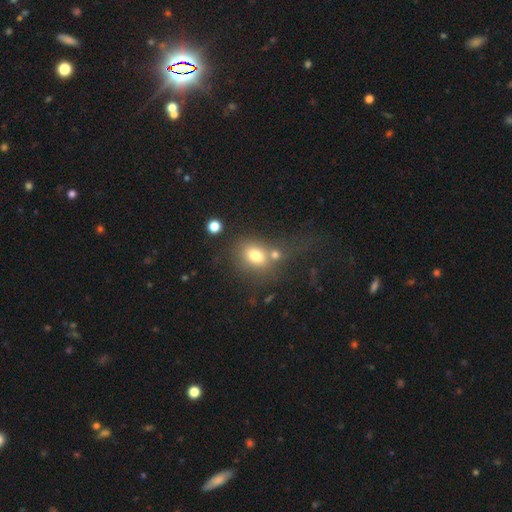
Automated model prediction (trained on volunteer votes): A smooth galaxy with no disk features (75%) that is in between round and cigar-shaped (57%).

Vote fractions:
- Smooth or featured? smooth: 75% / featured or disk: 13% / star or artifact: 12%
- How rounded? in between: 57% / round: 41% / cigar-shaped: 2%
- Merging? none: 42% / merger: 35% / minor disturbance: 13% / major disturbance: 10%